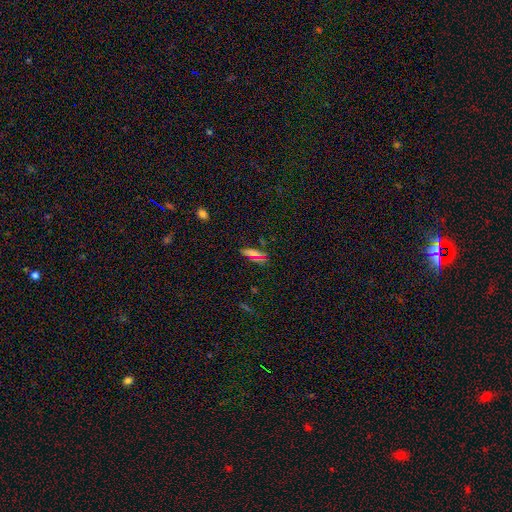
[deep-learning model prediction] Q: Smooth or featured?
A: smooth (67%); runner-up: star or artifact (21%)
Q: How rounded?
A: in between (64%); runner-up: cigar-shaped (31%)
Q: Merging?
A: none (79%); runner-up: minor disturbance (14%)